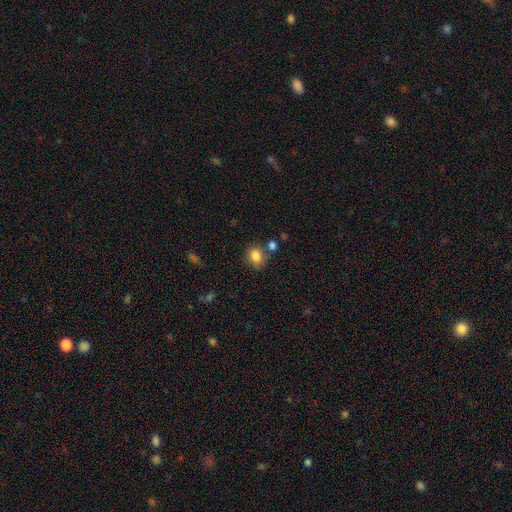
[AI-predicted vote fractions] Smooth or featured? Predicted: smooth (p=0.84). How rounded? Predicted: in between (p=0.55). Merging? Predicted: none (p=0.65).